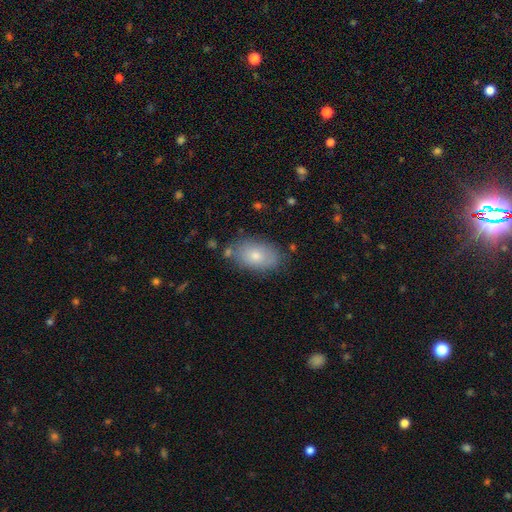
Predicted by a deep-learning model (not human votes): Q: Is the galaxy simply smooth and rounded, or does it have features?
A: smooth — 74%.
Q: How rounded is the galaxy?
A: in between — 90%.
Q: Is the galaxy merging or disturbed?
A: none — 76%.